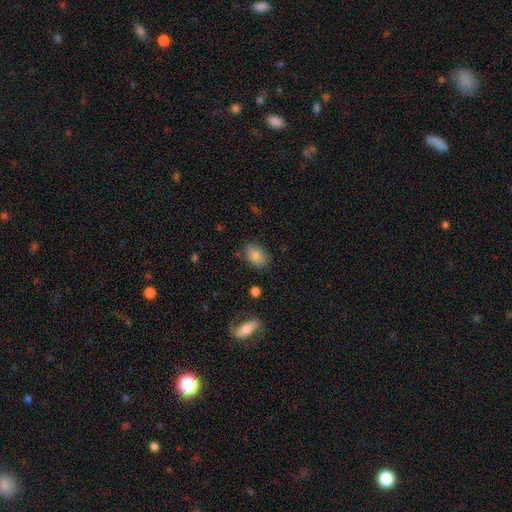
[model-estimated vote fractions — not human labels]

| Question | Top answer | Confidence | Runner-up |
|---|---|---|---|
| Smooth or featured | smooth | 81% | featured or disk (11%) |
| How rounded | in between | 80% | round (19%) |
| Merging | none | 80% | minor disturbance (15%) |